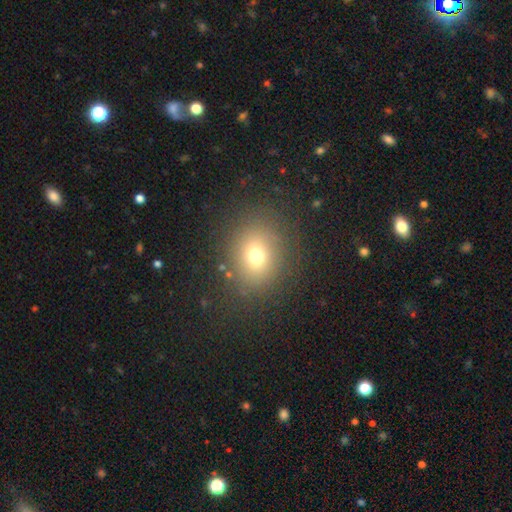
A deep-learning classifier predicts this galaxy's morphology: Overall: smooth (70%). How rounded: round (66%; in between 33%). Merging: none (84%).